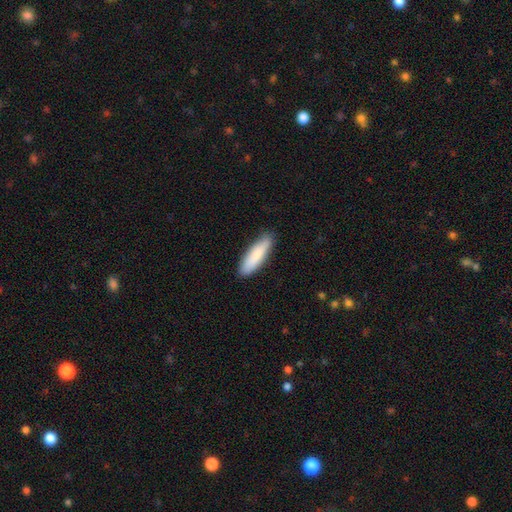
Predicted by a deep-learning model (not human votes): This appears to be a smooth galaxy with no disk features (84%) that is cigar-shaped (64%). Merging: none (86%).